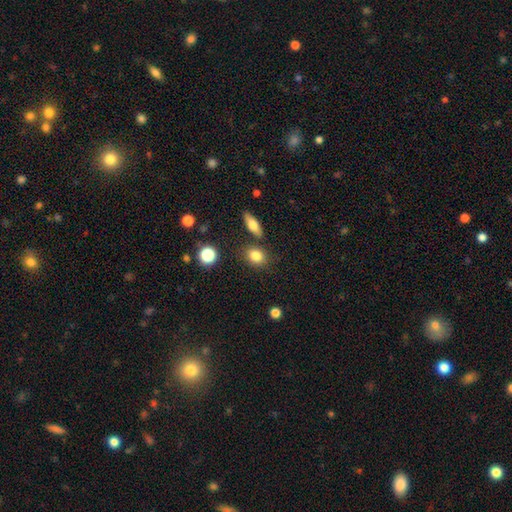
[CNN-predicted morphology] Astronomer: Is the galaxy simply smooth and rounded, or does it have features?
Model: smooth — 81%.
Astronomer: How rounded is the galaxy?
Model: in between — 52% (runner-up: round, 45%).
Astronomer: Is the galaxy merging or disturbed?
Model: none — 76%.